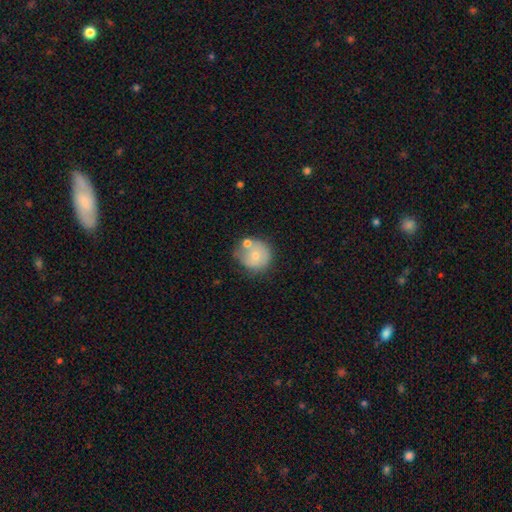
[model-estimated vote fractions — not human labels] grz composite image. It shows a smooth galaxy with no disk features (65%) that is round (88%). Merging: none (48%).